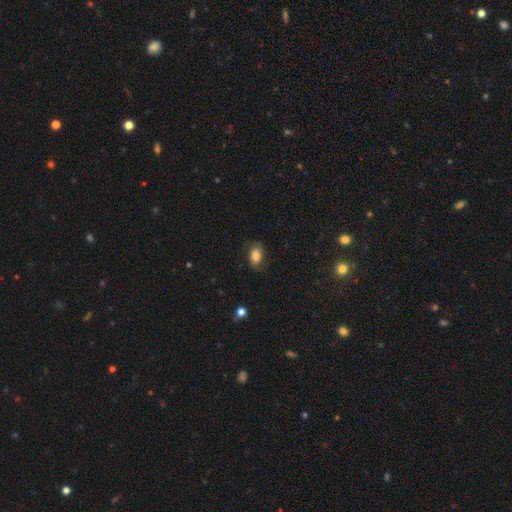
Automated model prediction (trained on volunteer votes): This is likely a smooth galaxy (75%). How rounded: clearly in between (83%). Merging: likely none (71%).